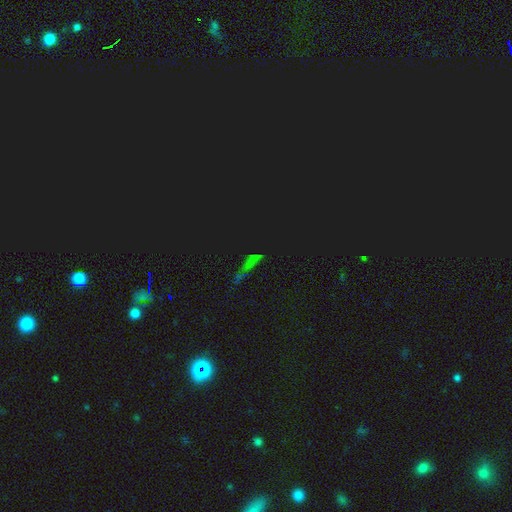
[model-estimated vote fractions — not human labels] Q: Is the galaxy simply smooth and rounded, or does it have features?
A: star or artifact — 70%.